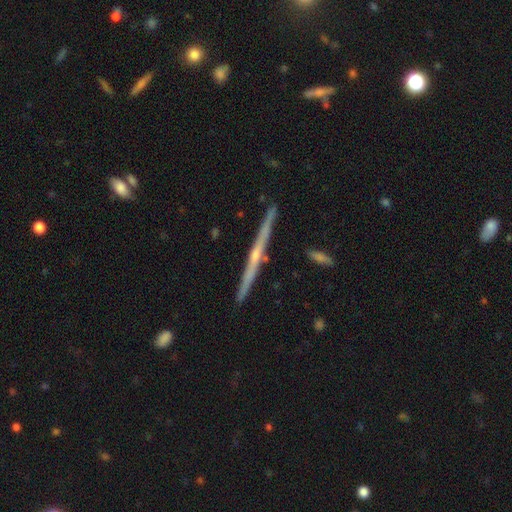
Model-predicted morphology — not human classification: This is likely a featured or disk galaxy (78%). It is clearly viewed edge-on (98%). Edge-on bulge: possibly rounded (60%). Merging: clearly none (90%).